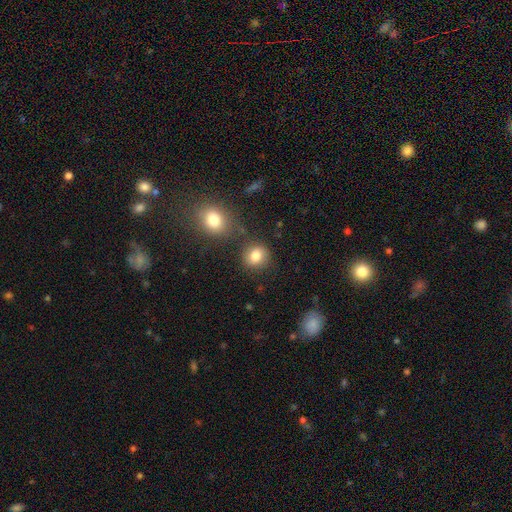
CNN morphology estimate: smooth-or-featured: smooth: 83% | star or artifact: 11% | featured or disk: 7%
  how-rounded: round: 81% | in between: 18% | cigar-shaped: 1%
  merging: none: 76% | minor disturbance: 11% | merger: 9% | major disturbance: 4%